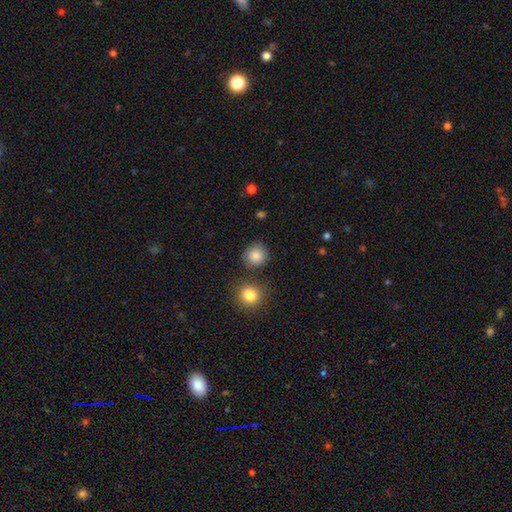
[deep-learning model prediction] smooth_or_featured: smooth (p=0.87) [alt: star or artifact p=0.09]
how_rounded: round (p=0.89) [alt: in between p=0.10]
merging: none (p=0.84) [alt: minor disturbance p=0.08]